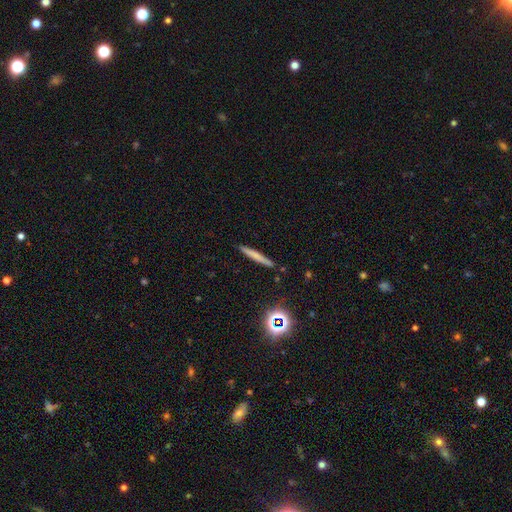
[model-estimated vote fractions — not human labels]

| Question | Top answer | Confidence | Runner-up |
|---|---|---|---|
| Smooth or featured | smooth | 64% | featured or disk (26%) |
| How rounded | cigar-shaped | 95% | in between (3%) |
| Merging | none | 88% | minor disturbance (8%) |